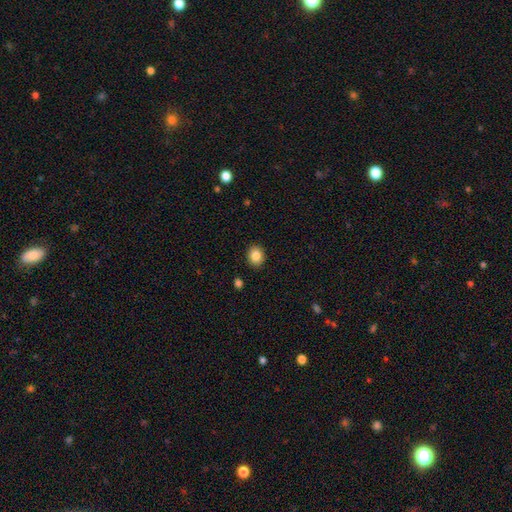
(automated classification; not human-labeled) smooth-or-featured: smooth: 86% | star or artifact: 9% | featured or disk: 5%
  how-rounded: round: 60% | in between: 40% | cigar-shaped: 1%
  merging: none: 90% | minor disturbance: 7% | major disturbance: 2% | merger: 1%